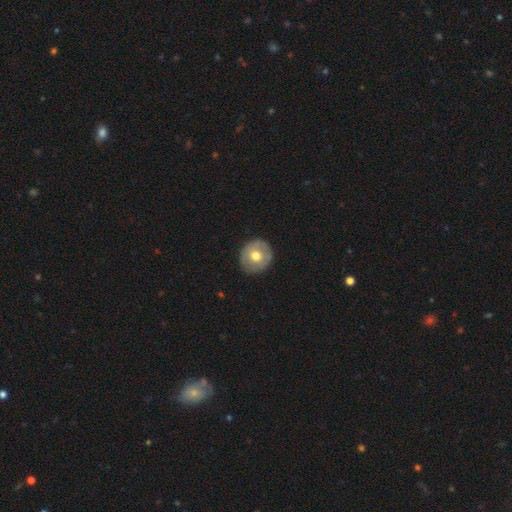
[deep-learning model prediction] smooth 61%, featured or disk 33%, star or artifact 6%. Down the decision tree: how rounded — round (88%); merging — none (87%).